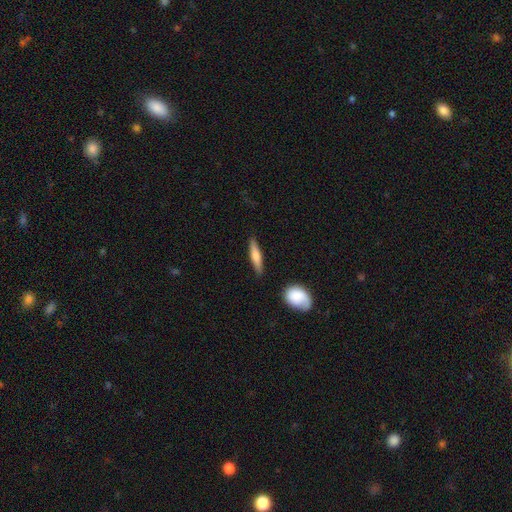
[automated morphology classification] The model was most divided on "smooth or featured": smooth: 65%, featured or disk: 29%, star or artifact: 6%. More confident: merging — none (85%); how rounded — cigar-shaped (80%).